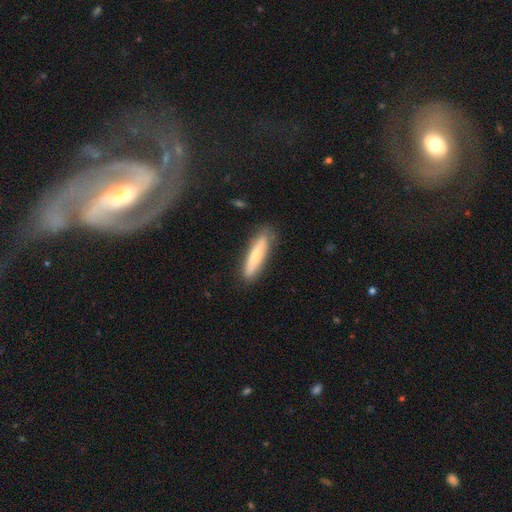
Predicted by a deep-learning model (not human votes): A smooth galaxy with no disk features (65%) that is cigar-shaped (82%). Merging: none (84%).